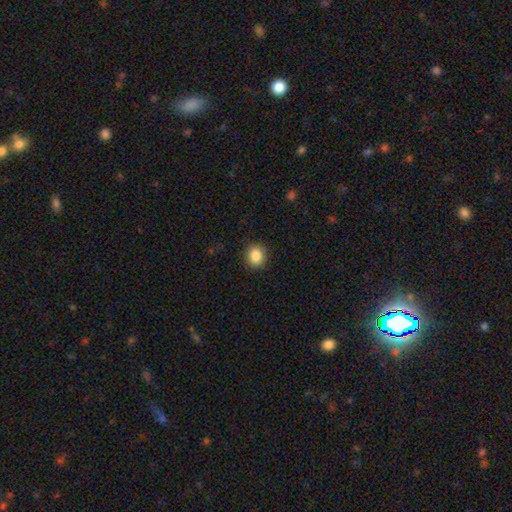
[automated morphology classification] A smooth galaxy with no disk features (87%) that is round (76%). Merging: none (90%).